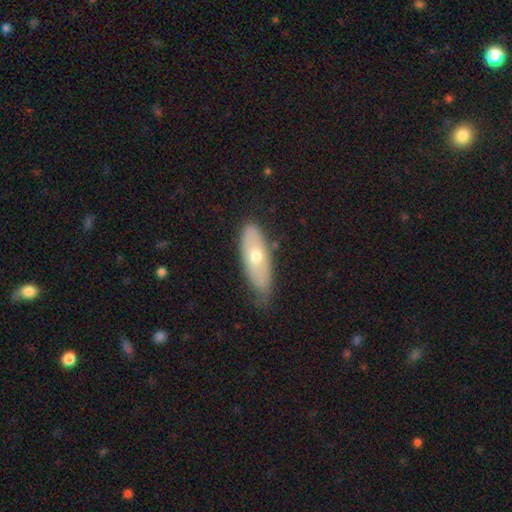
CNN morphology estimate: Q: Smooth or featured?
A: smooth (57%); runner-up: featured or disk (36%)
Q: How rounded?
A: in between (62%); runner-up: cigar-shaped (36%)
Q: Merging?
A: none (59%); runner-up: minor disturbance (32%)